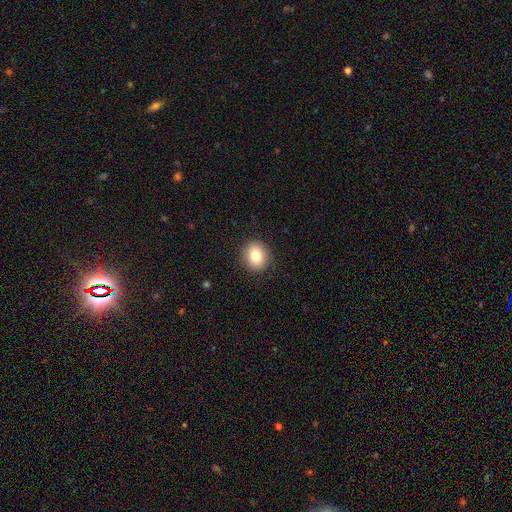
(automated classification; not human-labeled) This is clearly a smooth galaxy (82%). How rounded: likely round (79%). Merging: clearly none (90%).